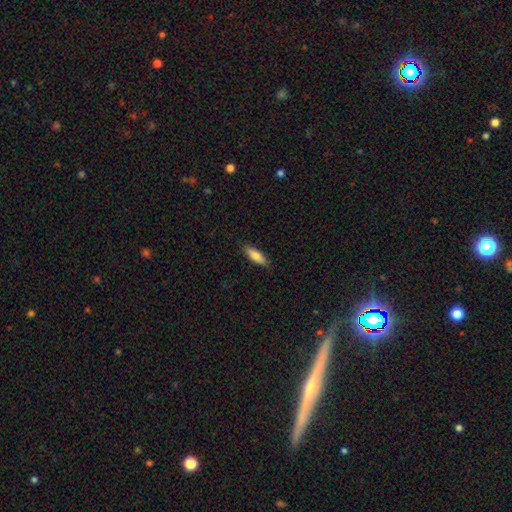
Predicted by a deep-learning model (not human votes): Morphology: type=smooth (75%); roundness=cigar-shaped (53%); merging=none (87%).